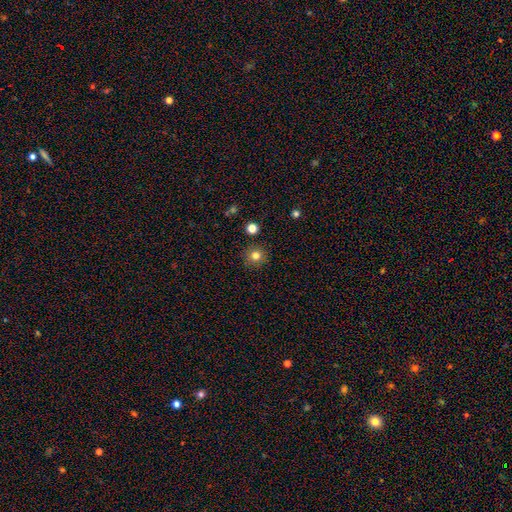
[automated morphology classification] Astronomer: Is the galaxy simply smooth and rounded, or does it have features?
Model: smooth — 80%.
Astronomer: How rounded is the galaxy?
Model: round — 94%.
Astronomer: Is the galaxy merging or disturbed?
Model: none — 90%.